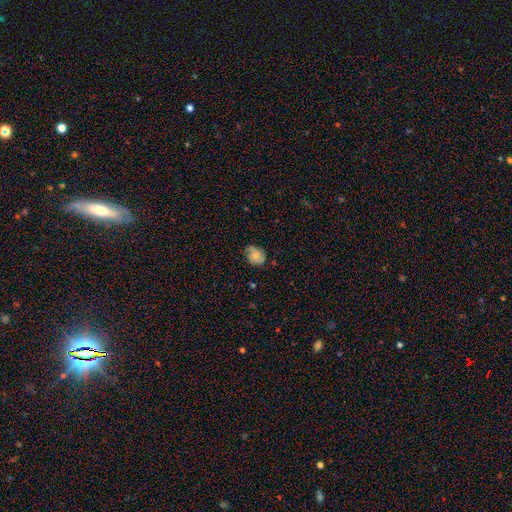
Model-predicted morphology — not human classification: This appears to be a smooth galaxy with no disk features (50%) that is round (51%). Merging: none (66%).